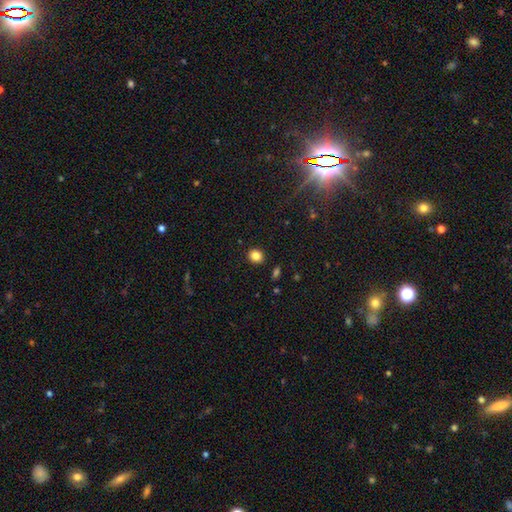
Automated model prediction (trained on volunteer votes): smooth 84%, star or artifact 11%, featured or disk 5%. Down the decision tree: how rounded — round (76%); merging — none (91%).